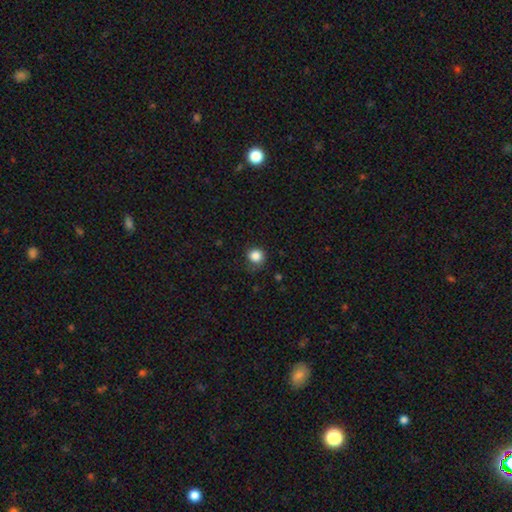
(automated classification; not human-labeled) smooth_or_featured: smooth (p=0.86) [alt: star or artifact p=0.11]
how_rounded: round (p=0.89) [alt: in between p=0.10]
merging: none (p=0.78) [alt: minor disturbance p=0.16]